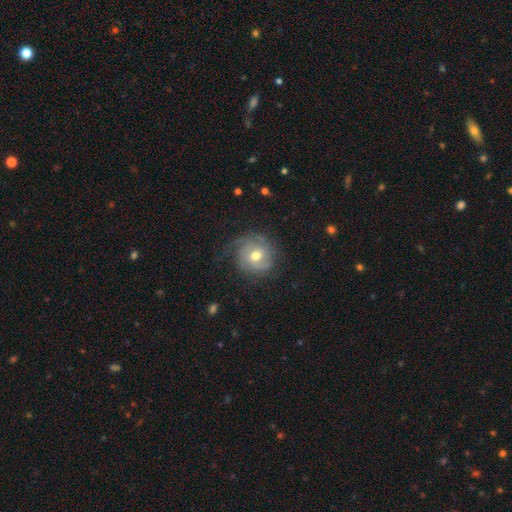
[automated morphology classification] Smooth or featured? Predicted: featured or disk (p=0.64). Edge-on disk? Predicted: no (p=0.97). Bar? Predicted: no (p=0.69). Spiral arms? Predicted: yes (p=0.84). Spiral winding? Predicted: tight (p=0.52). Spiral arm count? Predicted: 2 (p=0.34). Bulge size? Predicted: moderate (p=0.74). Merging? Predicted: none (p=0.64).